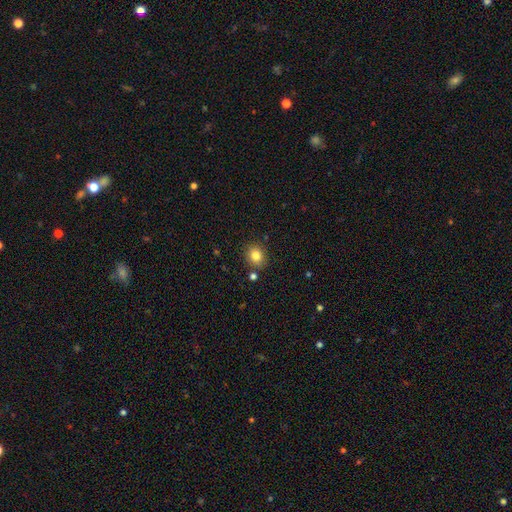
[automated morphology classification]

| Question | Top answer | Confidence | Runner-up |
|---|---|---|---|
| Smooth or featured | smooth | 83% | star or artifact (11%) |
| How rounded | round | 67% | in between (32%) |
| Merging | none | 83% | minor disturbance (10%) |